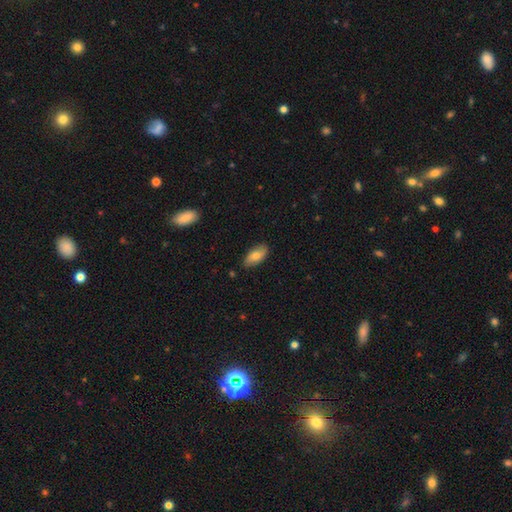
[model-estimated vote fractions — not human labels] Smooth or featured? smooth (75%)
How rounded? in between (91%)
Merging? none (84%)